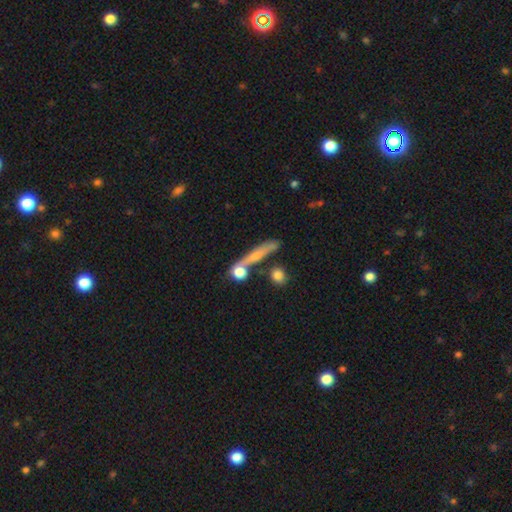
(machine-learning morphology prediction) This appears to be a smooth galaxy with no disk features (47%). Merging: none (63%).